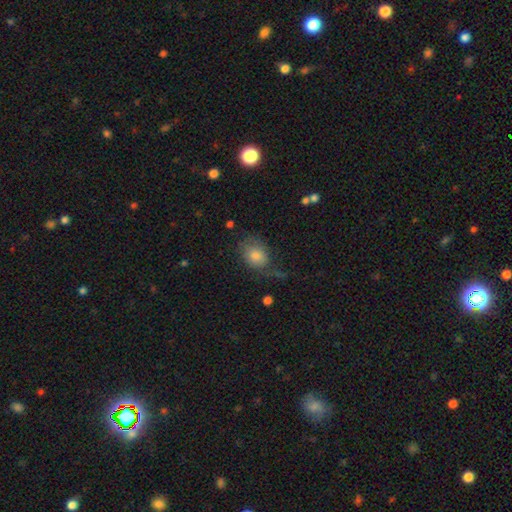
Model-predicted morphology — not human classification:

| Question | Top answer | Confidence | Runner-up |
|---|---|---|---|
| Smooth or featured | smooth | 72% | featured or disk (17%) |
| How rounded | in between | 58% | round (41%) |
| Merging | none | 51% | minor disturbance (26%) |